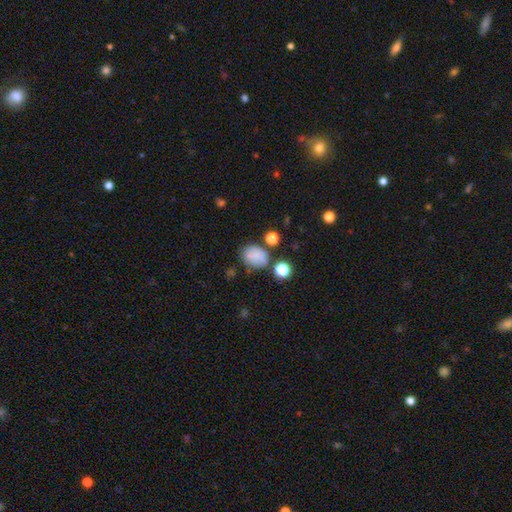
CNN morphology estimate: type=smooth (75%); roundness=in between (56%); merging=none (59%).